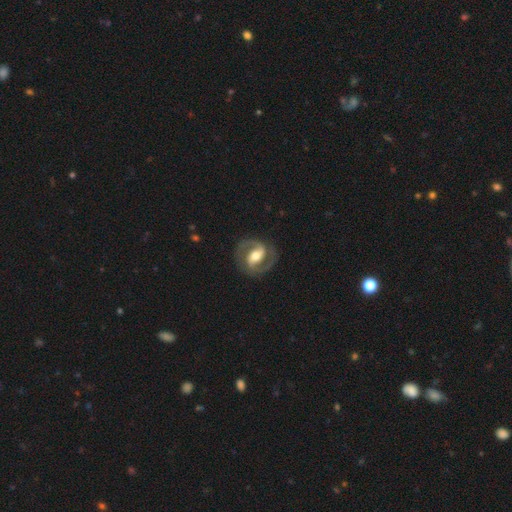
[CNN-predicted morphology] This appears to be a featured or disk galaxy (88%) with a strong bar (43%), 2 (93%) medium (57%) spiral arms (96%) and a moderate central bulge (69%). Merging: none (84%).